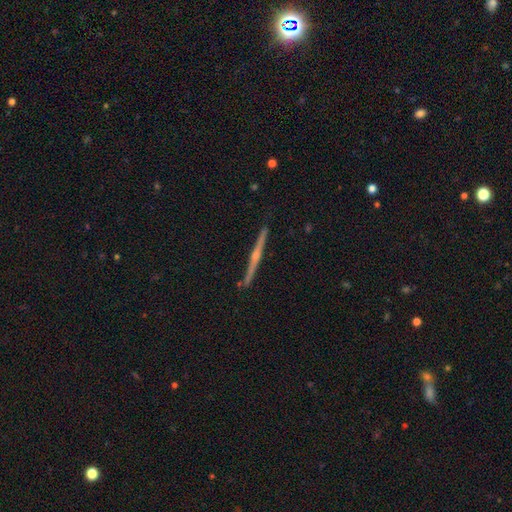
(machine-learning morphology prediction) Smooth or featured?
  - featured or disk: 81% *
  - smooth: 13%
  - star or artifact: 6%
Edge-on disk?
  - yes: 98% *
  - no: 2%
Edge-on bulge?
  - rounded: 73% *
  - none: 20%
  - boxy: 7%
Merging?
  - none: 90% *
  - minor disturbance: 7%
  - major disturbance: 1%
  - merger: 1%